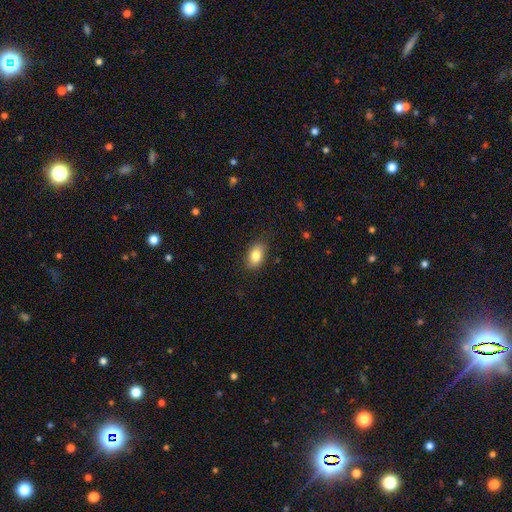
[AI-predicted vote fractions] This appears to be a smooth galaxy with no disk features (83%) that is in between round and cigar-shaped (89%). Merging: none (83%).